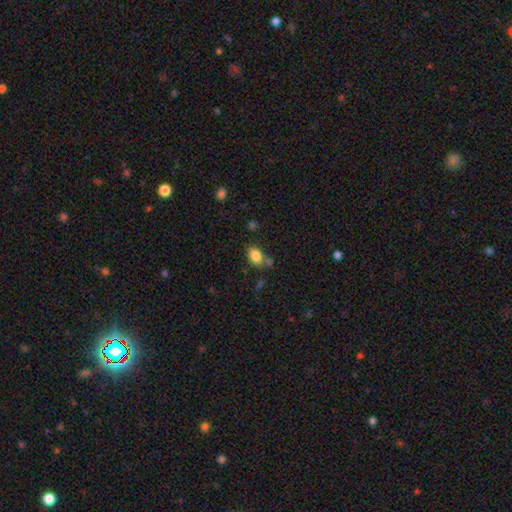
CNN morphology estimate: Overall: smooth (84%). How rounded: in between (86%). Merging: none (67%).